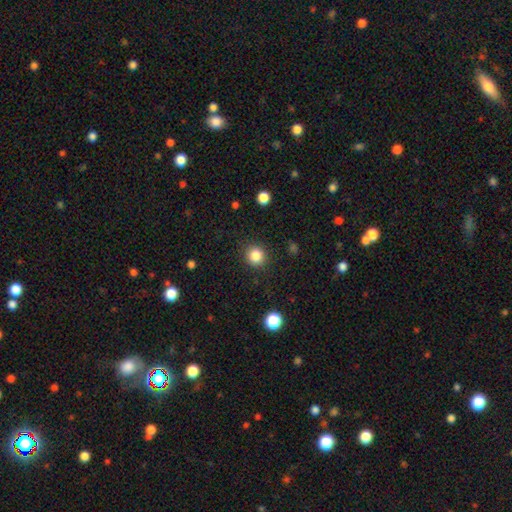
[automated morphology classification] Smooth or featured? smooth (85%)
How rounded? round (92%)
Merging? none (89%)